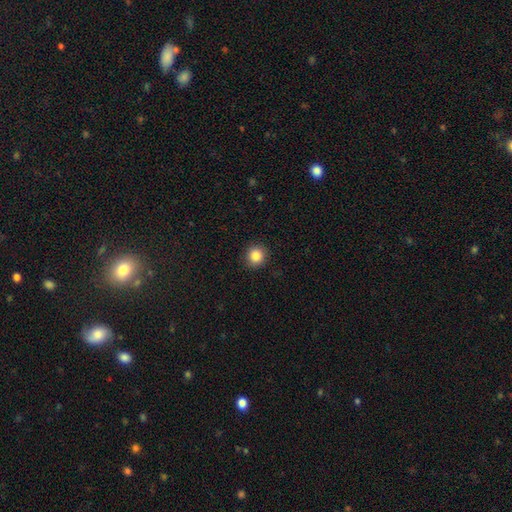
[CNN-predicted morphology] This is clearly a smooth galaxy (85%). How rounded: clearly round (91%). Merging: clearly none (92%).